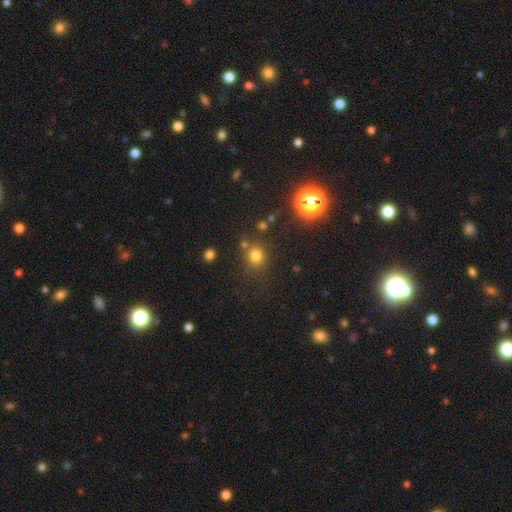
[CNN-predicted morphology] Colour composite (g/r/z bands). It shows a smooth galaxy with no disk features (74%) that is round (84%). Merging: none (75%).